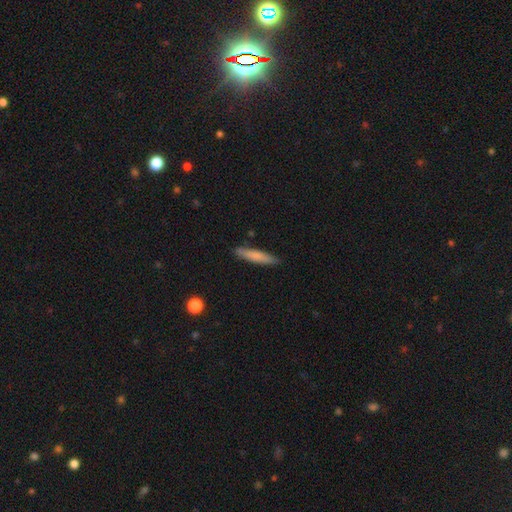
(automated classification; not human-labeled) Smooth or featured? smooth (74%)
How rounded? cigar-shaped (89%)
Merging? none (86%)